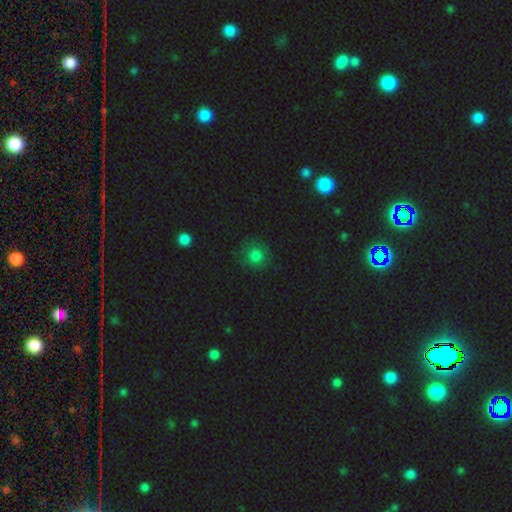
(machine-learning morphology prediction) This appears to be a smooth galaxy with no disk features (75%) that is round (91%). Merging: none (82%).